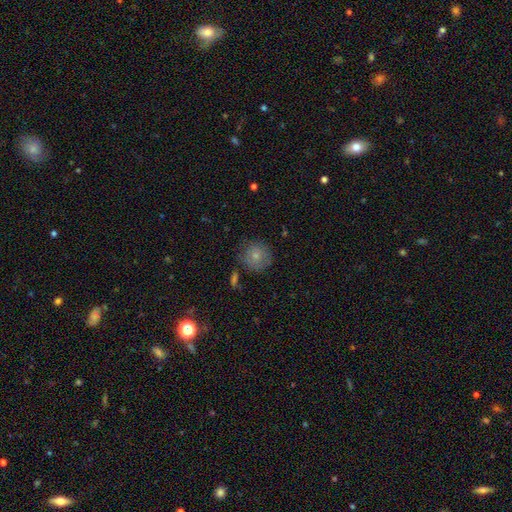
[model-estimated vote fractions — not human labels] Overall: smooth (75%). How rounded: round (93%). Merging: none (76%).